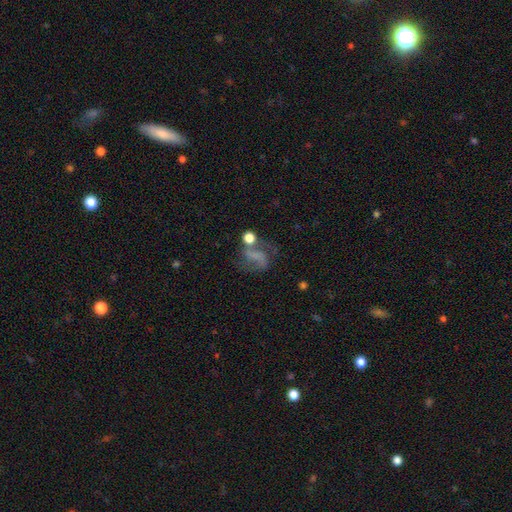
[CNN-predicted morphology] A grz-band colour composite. It shows a featured or disk galaxy (53%) with no bar (47%), spiral arms (76%) and no central bulge (64%). Merging: none (39%).